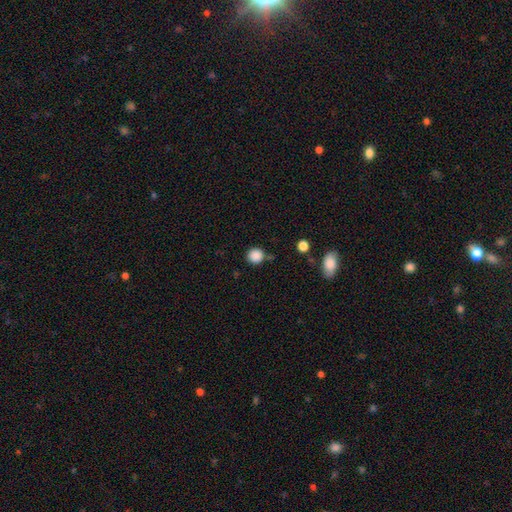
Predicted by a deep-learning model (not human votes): This appears to be a smooth galaxy with no disk features (87%) that is round (91%). Merging: none (81%).